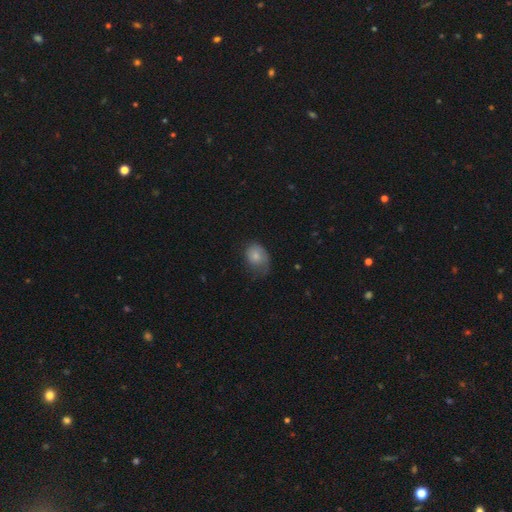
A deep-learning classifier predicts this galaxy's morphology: Smooth or featured: smooth — 78% (featured or disk — 14%)
How rounded: in between — 66% (round — 33%)
Merging: none — 42% (minor disturbance — 37%)